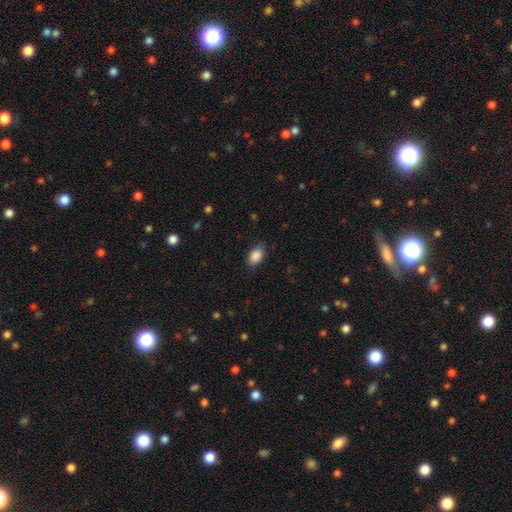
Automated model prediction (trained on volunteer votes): Smooth or featured: smooth — 88% (star or artifact — 7%)
How rounded: in between — 88% (round — 11%)
Merging: none — 80% (minor disturbance — 15%)